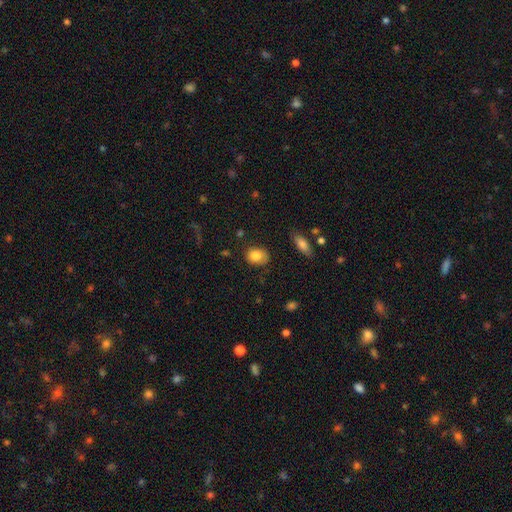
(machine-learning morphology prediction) Smooth or featured? Predicted: smooth (p=0.84). How rounded? Predicted: in between (p=0.56). Merging? Predicted: none (p=0.69).